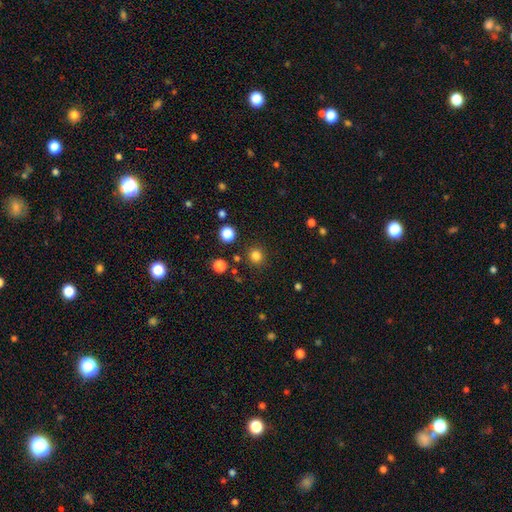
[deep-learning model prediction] Smooth or featured?
  - smooth: 82% *
  - star or artifact: 14%
  - featured or disk: 4%
How rounded?
  - round: 92% *
  - in between: 7%
  - cigar-shaped: 1%
Merging?
  - none: 89% *
  - minor disturbance: 6%
  - merger: 3%
  - major disturbance: 3%